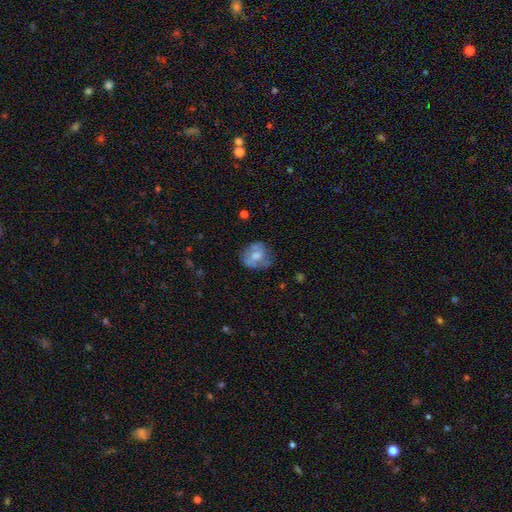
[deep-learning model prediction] The model was most divided on "smooth or featured": featured or disk: 48%, smooth: 44%, star or artifact: 8%. More confident: merging — none (55%).